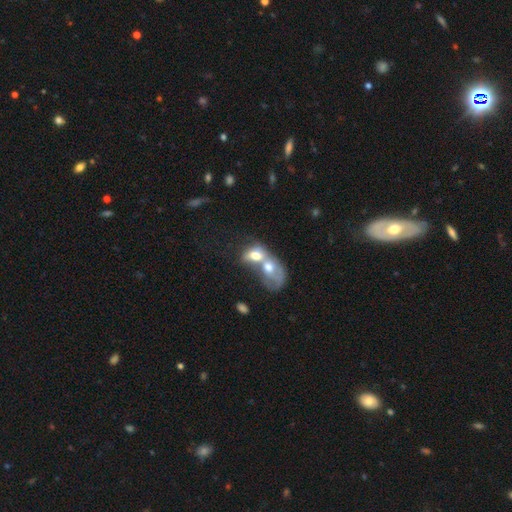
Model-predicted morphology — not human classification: Overall: smooth (57%; featured or disk 34%). How rounded: in between (70%). Merging: merger (82%).